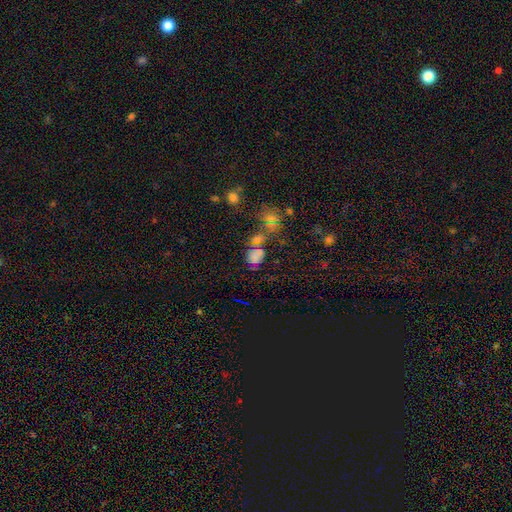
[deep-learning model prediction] smooth_or_featured: smooth (p=0.59) [alt: star or artifact p=0.30]
how_rounded: in between (p=0.59) [alt: round p=0.39]
merging: none (p=0.48) [alt: merger p=0.26]